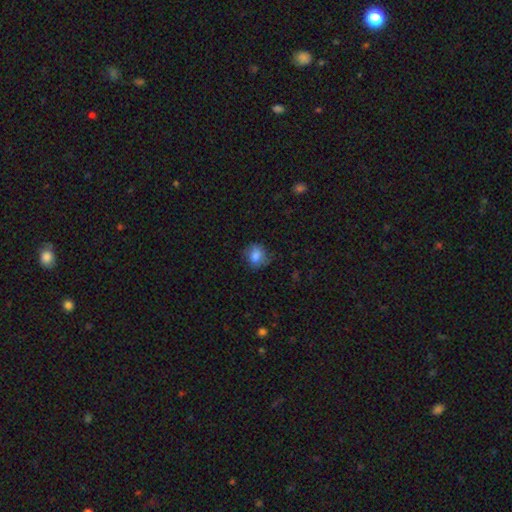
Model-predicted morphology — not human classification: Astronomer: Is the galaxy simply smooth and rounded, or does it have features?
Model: smooth — 80%.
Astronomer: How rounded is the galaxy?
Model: round — 68%.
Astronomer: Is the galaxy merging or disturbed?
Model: none — 70%.